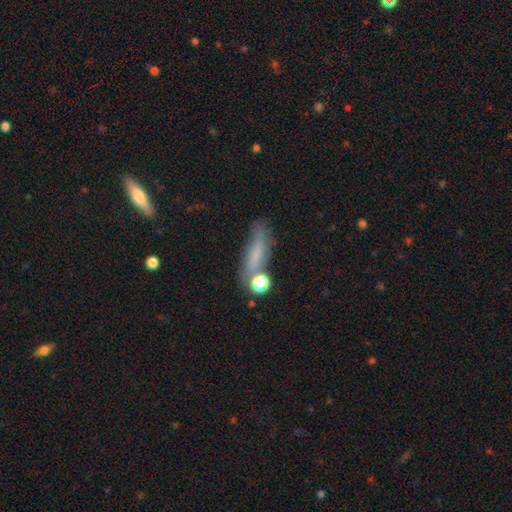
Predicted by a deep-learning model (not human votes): smooth_or_featured: smooth (p=0.61) [alt: featured or disk p=0.25]
how_rounded: cigar-shaped (p=0.60) [alt: in between p=0.33]
merging: none (p=0.50) [alt: minor disturbance p=0.24]